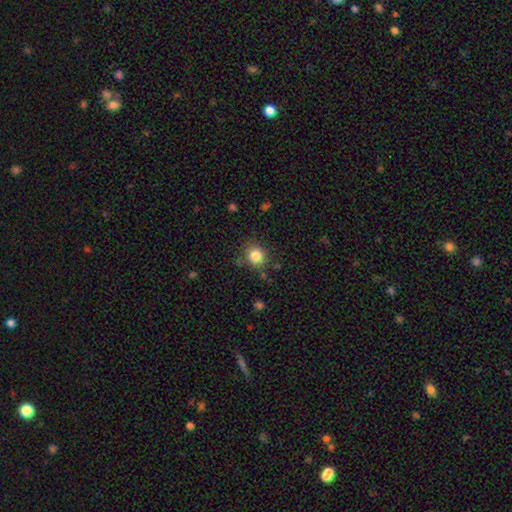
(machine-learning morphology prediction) Smooth or featured? smooth (83%)
How rounded? round (81%)
Merging? none (82%)